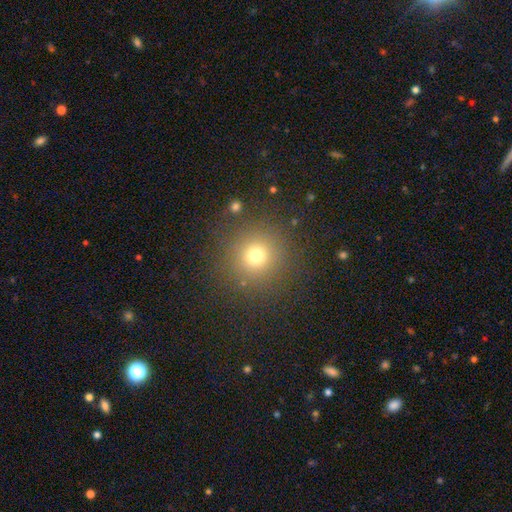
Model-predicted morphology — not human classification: type=smooth (73%); roundness=round (94%); merging=none (88%).